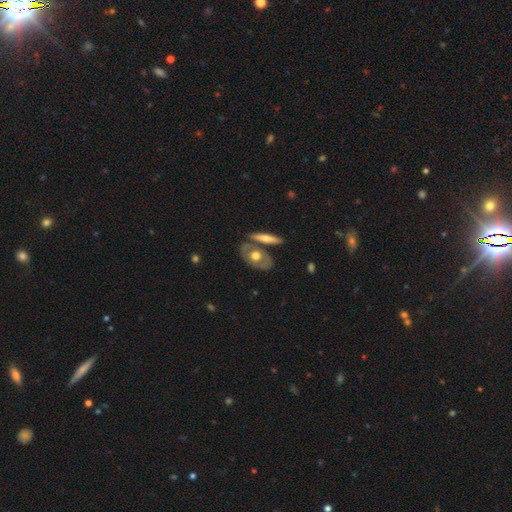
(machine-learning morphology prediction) Q: Smooth or featured?
A: featured or disk (50%); runner-up: smooth (44%)
Q: Edge-on disk?
A: no (65%); runner-up: yes (35%)
Q: Merging?
A: none (64%); runner-up: merger (19%)